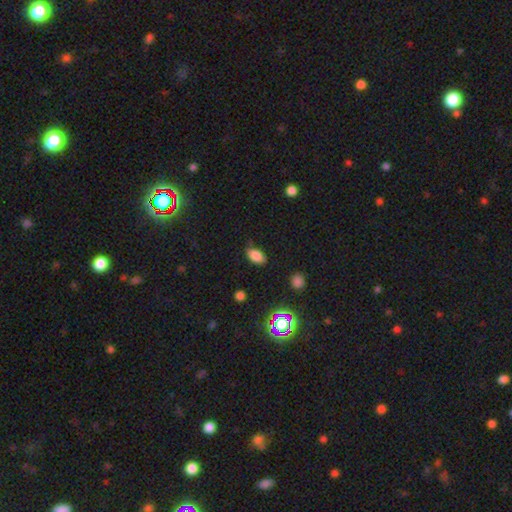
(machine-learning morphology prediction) smooth 81%, star or artifact 12%, featured or disk 6%. Down the decision tree: how rounded — in between (91%); merging — none (77%).